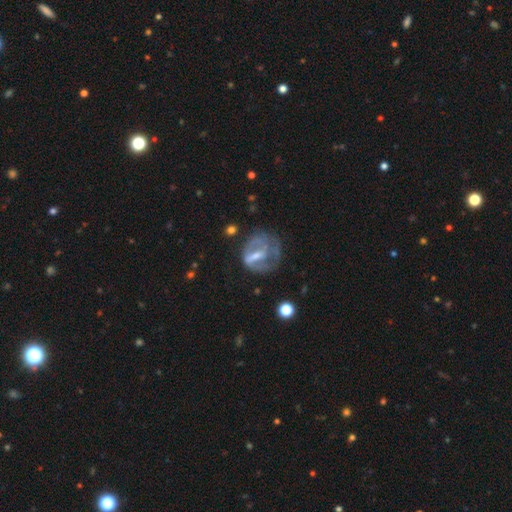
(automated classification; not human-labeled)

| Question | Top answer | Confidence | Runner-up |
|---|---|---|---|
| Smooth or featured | featured or disk | 62% | smooth (29%) |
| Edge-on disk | no | 94% | yes (6%) |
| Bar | weak | 39% | strong (34%) |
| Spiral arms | no | 57% | yes (43%) |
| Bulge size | moderate | 38% | small (35%) |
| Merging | none | 42% | major disturbance (31%) |